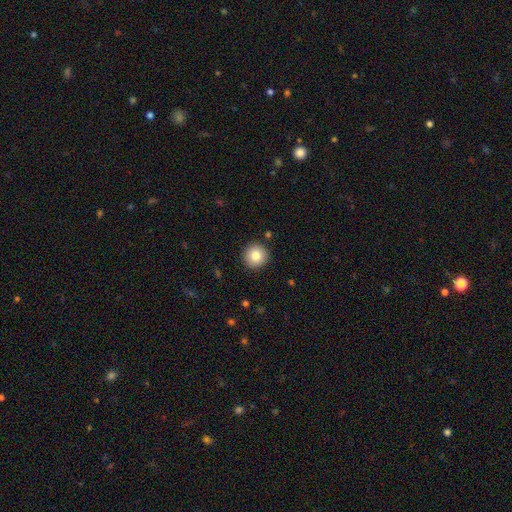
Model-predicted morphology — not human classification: A smooth galaxy with no disk features (82%) that is round (95%).

Vote fractions:
- Smooth or featured? smooth: 82% / star or artifact: 9% / featured or disk: 9%
- How rounded? round: 95% / in between: 4% / cigar-shaped: 1%
- Merging? none: 92% / minor disturbance: 5% / major disturbance: 2% / merger: 1%